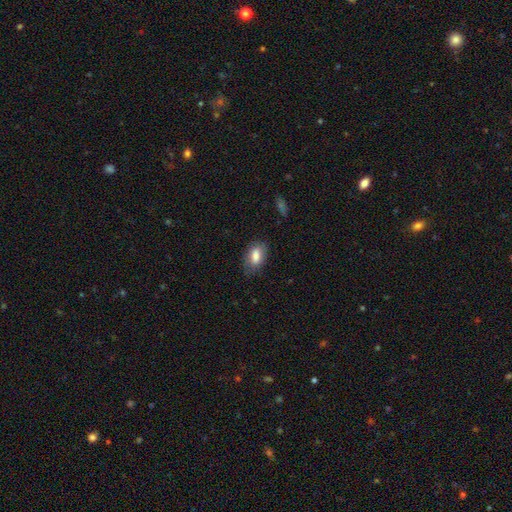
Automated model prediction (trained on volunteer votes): Overall: smooth (82%). How rounded: in between (89%). Merging: none (75%).